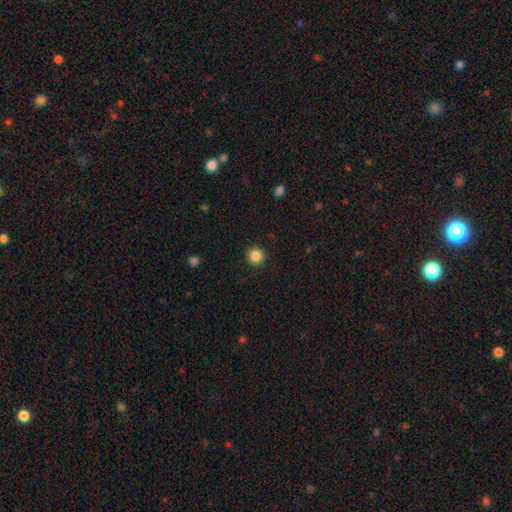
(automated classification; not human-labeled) Smooth or featured? Predicted: smooth (p=0.86). How rounded? Predicted: round (p=0.95). Merging? Predicted: none (p=0.92).